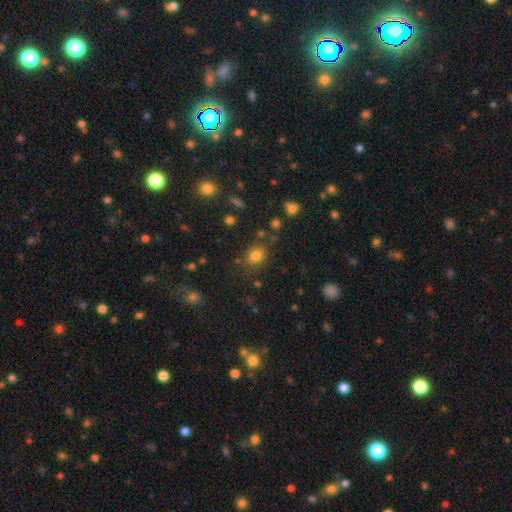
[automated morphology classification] type=smooth (78%); roundness=round (63%); merging=none (78%).